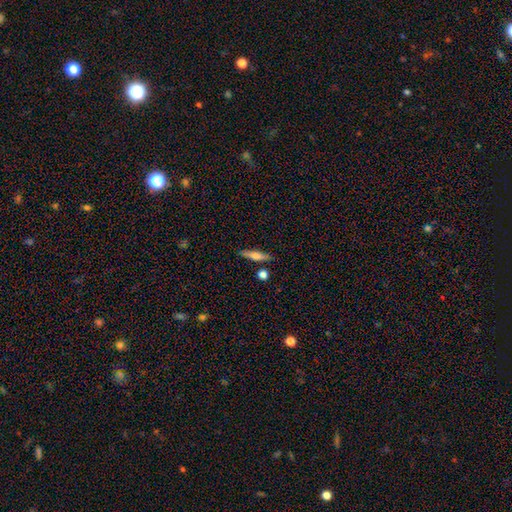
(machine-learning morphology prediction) smooth 59%, featured or disk 34%, star or artifact 7%. Down the decision tree: how rounded — cigar-shaped (80%); merging — none (84%).